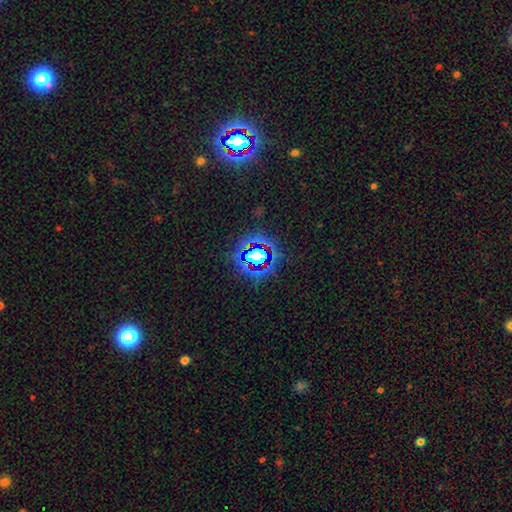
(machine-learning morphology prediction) smooth_or_featured: star or artifact (p=0.69) [alt: smooth p=0.19]